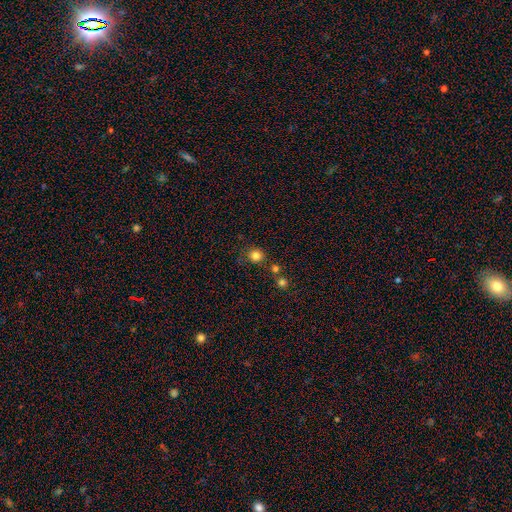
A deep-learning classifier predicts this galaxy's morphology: type=smooth (82%); roundness=round (90%); merging=none (76%).